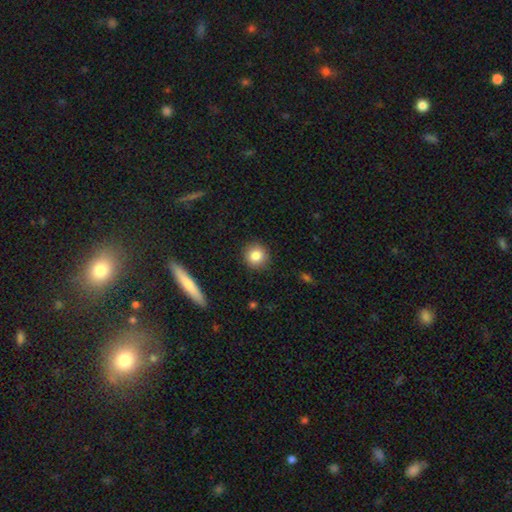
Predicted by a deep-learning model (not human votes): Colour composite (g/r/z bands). It shows a smooth galaxy with no disk features (84%) that is round (91%). Merging: none (90%).